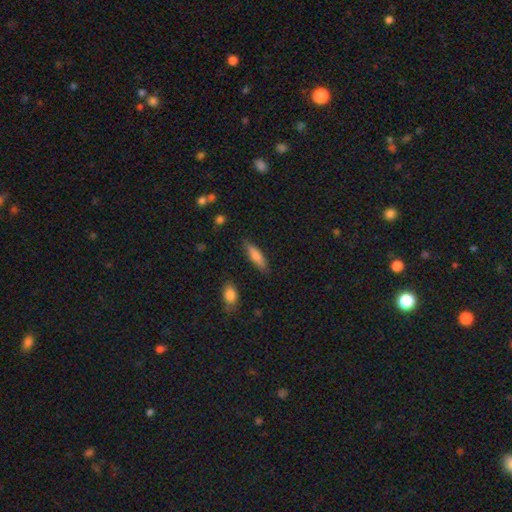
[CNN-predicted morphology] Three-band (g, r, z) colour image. It shows a smooth galaxy with no disk features (76%) that is cigar-shaped (62%). Merging: none (85%).